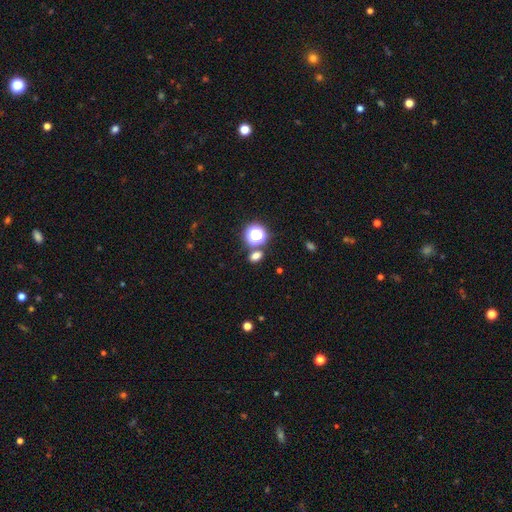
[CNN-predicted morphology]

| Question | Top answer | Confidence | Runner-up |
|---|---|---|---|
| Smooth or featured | smooth | 68% | star or artifact (25%) |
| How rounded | in between | 60% | round (38%) |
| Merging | none | 75% | merger (12%) |